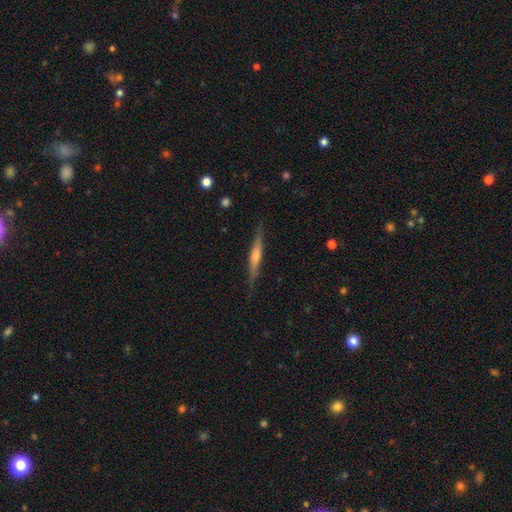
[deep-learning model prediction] smooth_or_featured: featured or disk (p=0.69) [alt: smooth p=0.24]
disk_edge_on: yes (p=0.97) [alt: no p=0.03]
edge_on_bulge: rounded (p=0.65) [alt: none p=0.21]
merging: none (p=0.87) [alt: minor disturbance p=0.10]